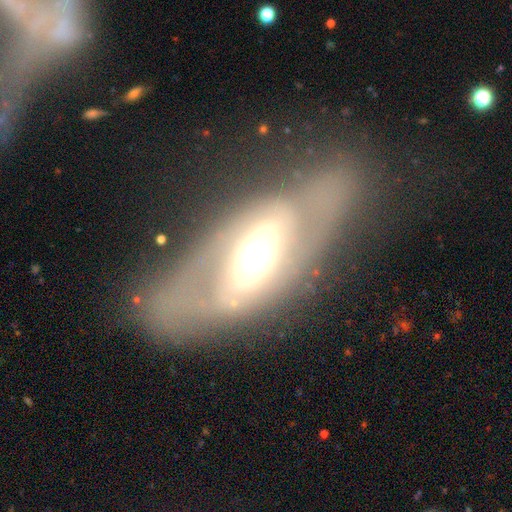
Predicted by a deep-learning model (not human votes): smooth_or_featured: featured or disk (p=0.74) [alt: smooth p=0.19]
disk_edge_on: no (p=0.82) [alt: yes p=0.18]
bar: no (p=0.53) [alt: weak p=0.25]
has_spiral_arms: yes (p=0.54) [alt: no p=0.46]
bulge_size: moderate (p=0.49) [alt: large p=0.36]
merging: none (p=0.68) [alt: minor disturbance p=0.17]